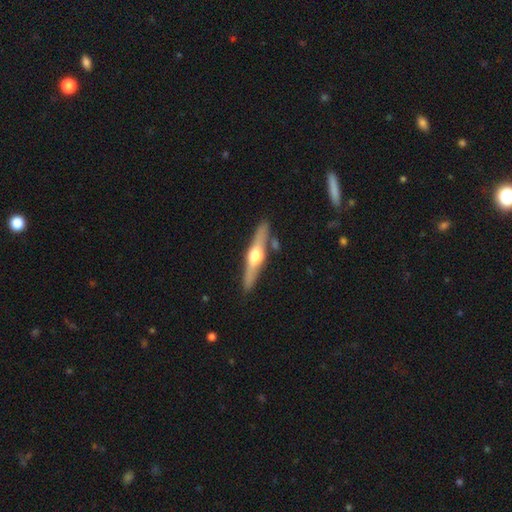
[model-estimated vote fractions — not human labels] Morphology: type=featured or disk (72%); edge-on=yes (97%); edge-on bulge=rounded (95%); merging=none (85%).